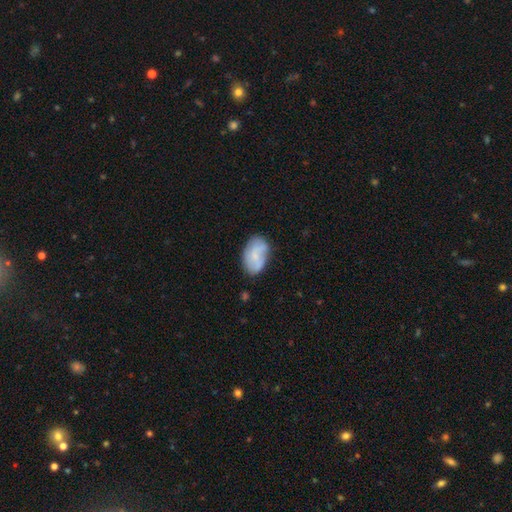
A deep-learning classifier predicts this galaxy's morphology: Smooth or featured? smooth (52%)
How rounded? in between (90%)
Merging? none (60%)